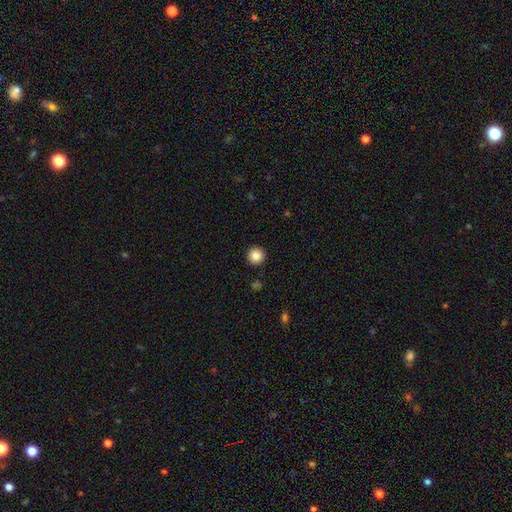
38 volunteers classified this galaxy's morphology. smooth-or-featured: smooth: 87% | featured or disk: 8% | star or artifact: 5%
  how-rounded: round: 100% | in between: 0% | cigar-shaped: 0%
  merging: none: 97% | merger: 3% | minor disturbance: 0% | major disturbance: 0%